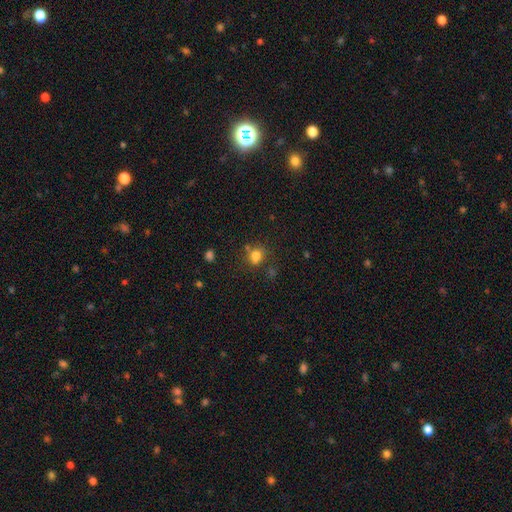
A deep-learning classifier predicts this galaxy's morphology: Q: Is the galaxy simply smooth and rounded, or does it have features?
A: smooth — 78%.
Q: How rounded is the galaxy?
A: round — 63%.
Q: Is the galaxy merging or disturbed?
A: none — 63%.